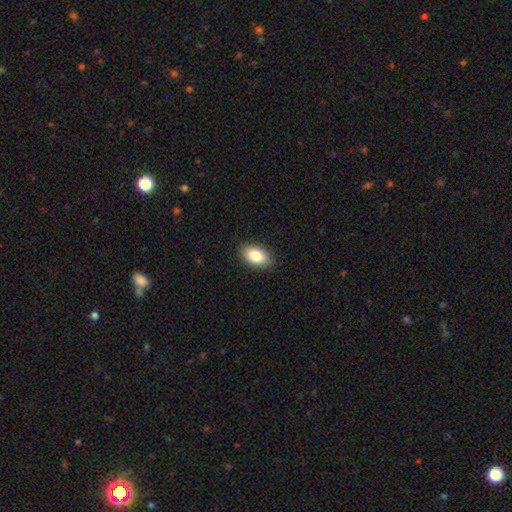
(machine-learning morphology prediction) smooth 84%, featured or disk 8%, star or artifact 7%. Down the decision tree: how rounded — in between (91%); merging — none (88%).